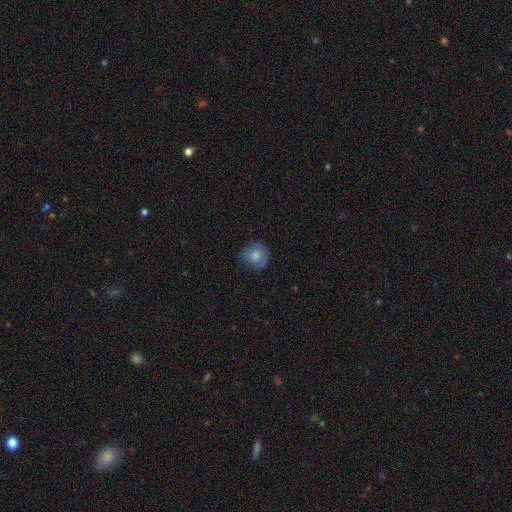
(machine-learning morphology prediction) Smooth or featured? Predicted: smooth (p=0.71). How rounded? Predicted: round (p=0.87). Merging? Predicted: none (p=0.77).